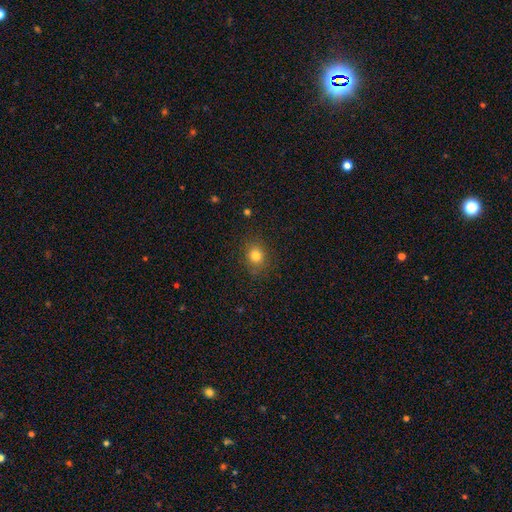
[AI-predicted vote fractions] Q: Smooth or featured?
A: smooth (80%); runner-up: star or artifact (13%)
Q: How rounded?
A: round (68%); runner-up: in between (31%)
Q: Merging?
A: none (85%); runner-up: minor disturbance (10%)